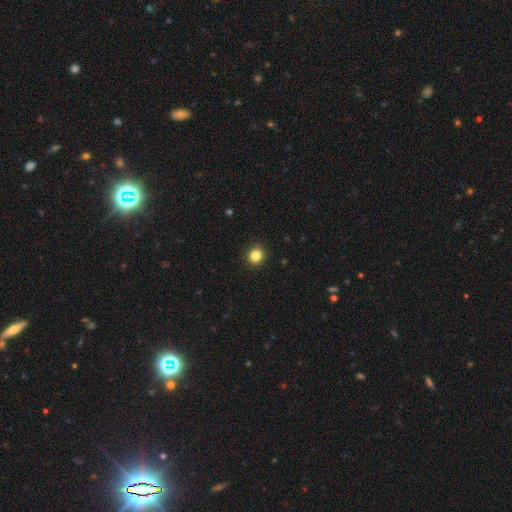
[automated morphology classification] This is clearly a smooth galaxy (84%). How rounded: clearly round (89%). Merging: clearly none (93%).